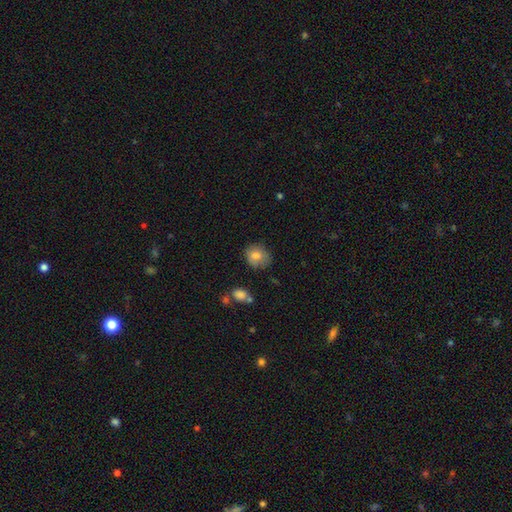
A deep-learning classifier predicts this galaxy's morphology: This is likely a smooth galaxy (80%). How rounded: likely round (67%). Merging: likely none (66%).